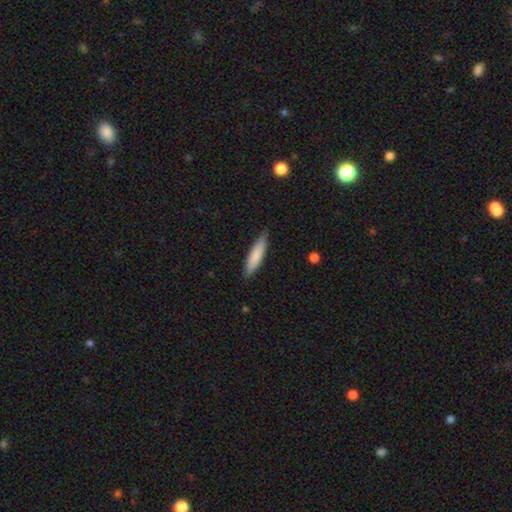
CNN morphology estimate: Q: Smooth or featured?
A: smooth (81%); runner-up: featured or disk (13%)
Q: How rounded?
A: cigar-shaped (77%); runner-up: in between (22%)
Q: Merging?
A: none (83%); runner-up: minor disturbance (14%)